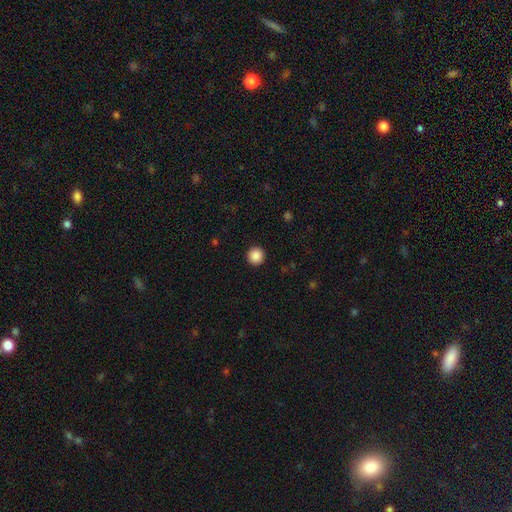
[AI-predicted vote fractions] A smooth galaxy with no disk features (88%) that is round (95%).

Vote fractions:
- Smooth or featured? smooth: 88% / star or artifact: 9% / featured or disk: 3%
- How rounded? round: 95% / in between: 4% / cigar-shaped: 1%
- Merging? none: 93% / minor disturbance: 4% / major disturbance: 2% / merger: 1%